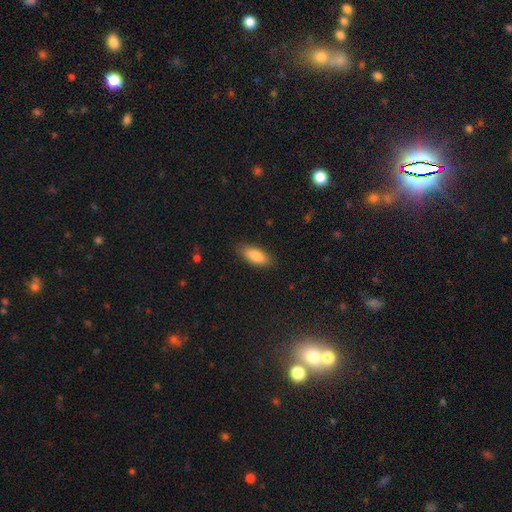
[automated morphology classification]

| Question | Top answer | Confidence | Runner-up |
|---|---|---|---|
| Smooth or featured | smooth | 84% | featured or disk (10%) |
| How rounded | in between | 76% | cigar-shaped (22%) |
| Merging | none | 85% | minor disturbance (11%) |